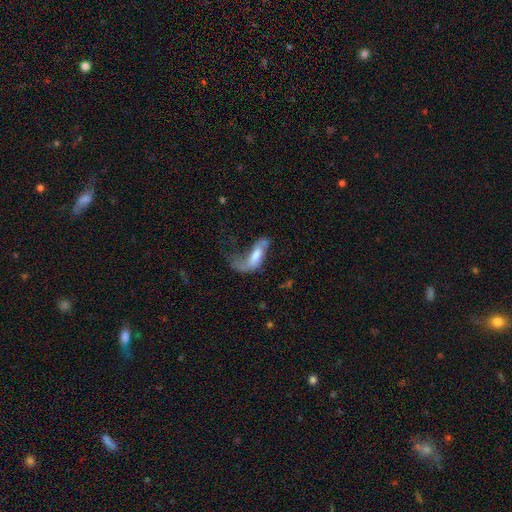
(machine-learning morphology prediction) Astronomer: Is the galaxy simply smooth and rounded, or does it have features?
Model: smooth — 47% (runner-up: featured or disk, 45%).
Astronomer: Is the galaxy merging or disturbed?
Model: major disturbance — 53%.